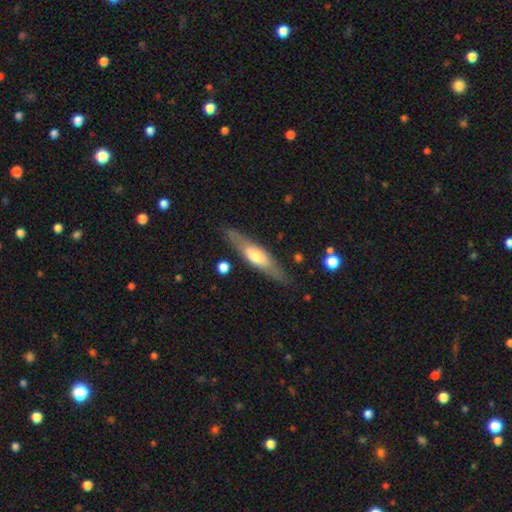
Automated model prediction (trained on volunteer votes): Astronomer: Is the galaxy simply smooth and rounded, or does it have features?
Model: featured or disk — 53% (runner-up: smooth, 41%).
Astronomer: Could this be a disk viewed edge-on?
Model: yes — 83%.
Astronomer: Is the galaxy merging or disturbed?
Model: none — 84%.